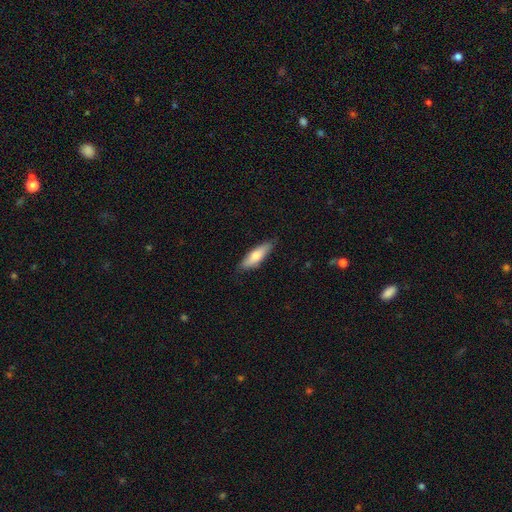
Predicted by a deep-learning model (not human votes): smooth_or_featured: smooth (p=0.72) [alt: featured or disk p=0.22]
how_rounded: cigar-shaped (p=0.50) [alt: in between p=0.48]
merging: none (p=0.83) [alt: minor disturbance p=0.13]